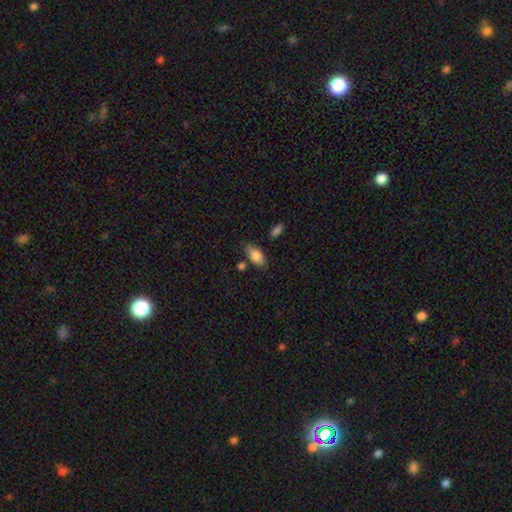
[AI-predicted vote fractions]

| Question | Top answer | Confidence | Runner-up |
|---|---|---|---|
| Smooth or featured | smooth | 83% | featured or disk (10%) |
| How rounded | in between | 90% | cigar-shaped (6%) |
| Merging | none | 71% | minor disturbance (19%) |